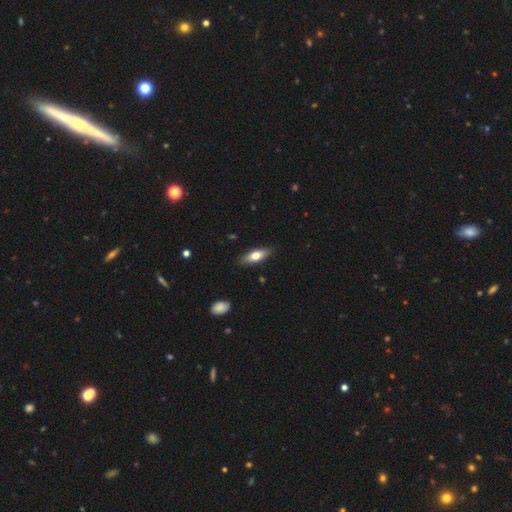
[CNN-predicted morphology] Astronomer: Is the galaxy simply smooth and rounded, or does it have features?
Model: smooth — 65%.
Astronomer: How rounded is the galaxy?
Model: in between — 59% (runner-up: cigar-shaped, 39%).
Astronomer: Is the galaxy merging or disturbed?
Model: none — 86%.